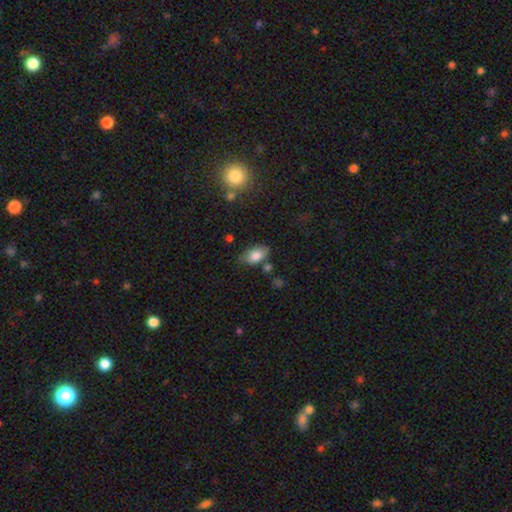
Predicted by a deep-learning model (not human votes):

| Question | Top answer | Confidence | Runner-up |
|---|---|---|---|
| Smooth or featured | smooth | 81% | featured or disk (11%) |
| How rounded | in between | 92% | round (5%) |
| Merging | none | 68% | minor disturbance (21%) |